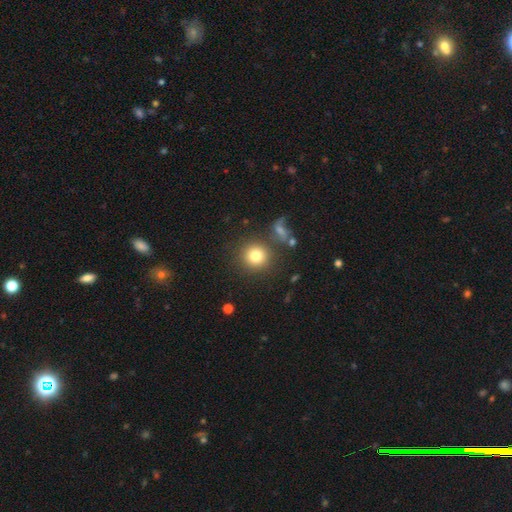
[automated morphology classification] type=smooth (80%); roundness=round (92%); merging=none (81%).